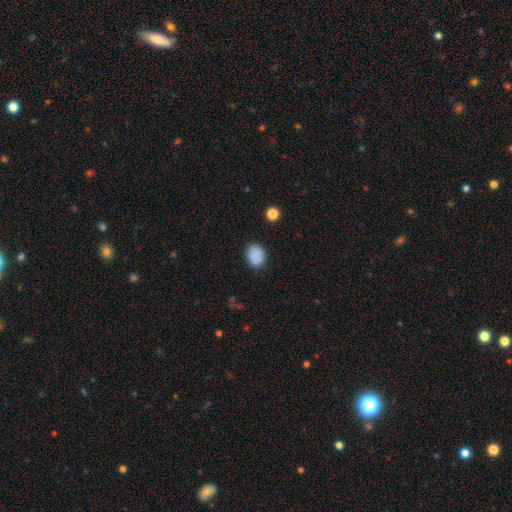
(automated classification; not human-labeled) Smooth or featured?
  - smooth: 87% *
  - star or artifact: 9%
  - featured or disk: 4%
How rounded?
  - in between: 52% *
  - round: 47%
  - cigar-shaped: 1%
Merging?
  - none: 84% *
  - minor disturbance: 12%
  - major disturbance: 3%
  - merger: 1%